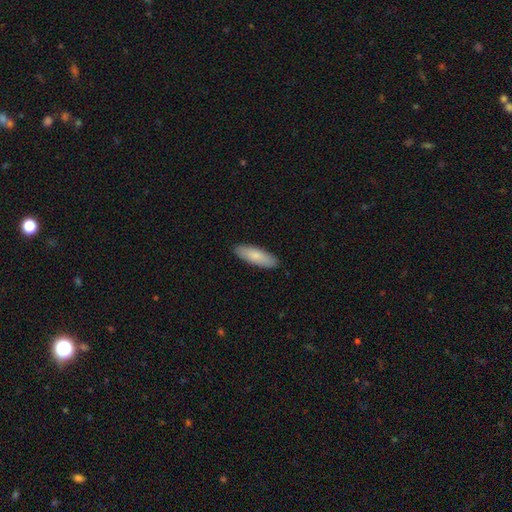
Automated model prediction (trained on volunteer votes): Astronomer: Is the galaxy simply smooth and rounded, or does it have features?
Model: smooth — 82%.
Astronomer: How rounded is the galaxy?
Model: in between — 57% (runner-up: cigar-shaped, 42%).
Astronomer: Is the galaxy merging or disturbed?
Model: none — 89%.